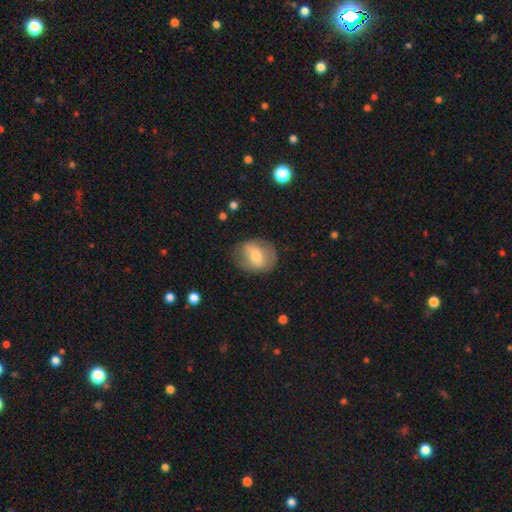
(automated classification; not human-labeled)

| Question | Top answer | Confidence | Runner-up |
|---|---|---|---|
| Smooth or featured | smooth | 54% | featured or disk (38%) |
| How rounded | round | 53% | in between (45%) |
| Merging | none | 73% | minor disturbance (19%) |